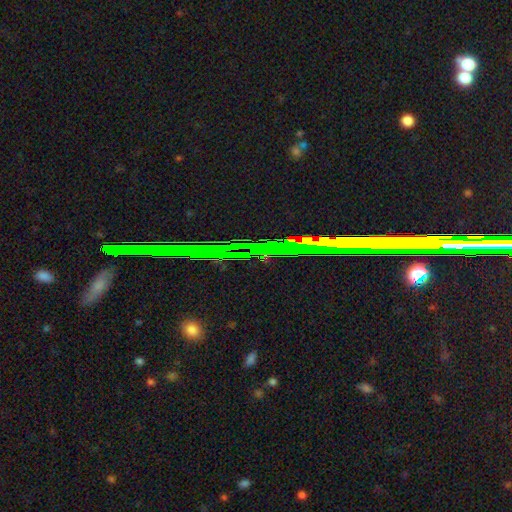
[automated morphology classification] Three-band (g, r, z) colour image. It shows a star or artifact, not a galaxy (79%).